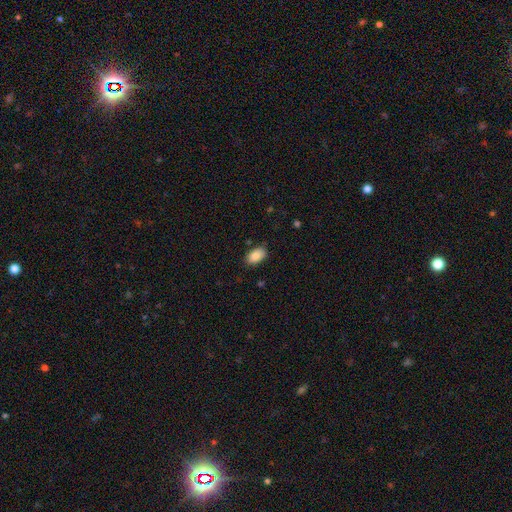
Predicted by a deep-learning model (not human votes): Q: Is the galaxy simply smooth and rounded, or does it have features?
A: smooth — 88%.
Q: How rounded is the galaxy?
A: in between — 92%.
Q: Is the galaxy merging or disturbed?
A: none — 84%.